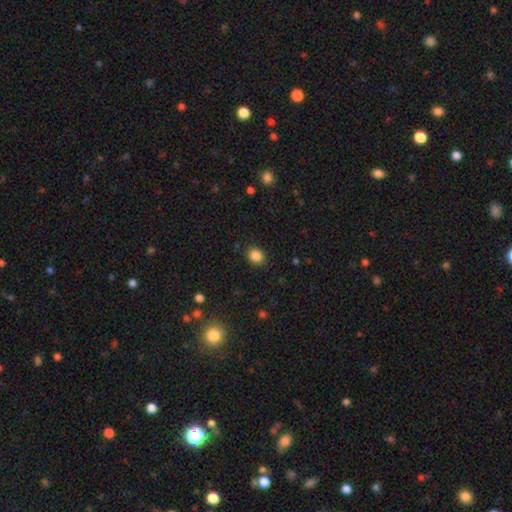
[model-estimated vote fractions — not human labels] Overall: smooth (86%). How rounded: round (74%). Merging: none (88%).